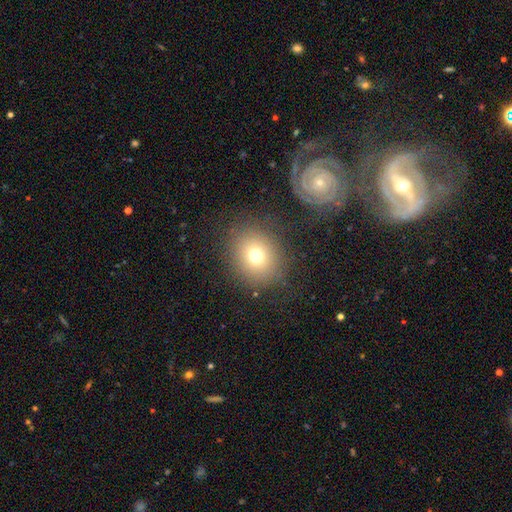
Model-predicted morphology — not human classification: Smooth or featured: smooth — 72% (star or artifact — 16%)
How rounded: round — 75% (in between — 24%)
Merging: none — 84% (minor disturbance — 9%)